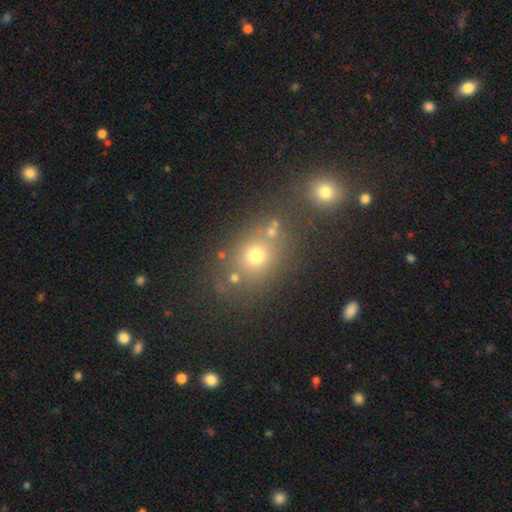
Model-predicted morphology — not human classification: Smooth or featured? smooth (66%)
How rounded? round (60%)
Merging? none (68%)